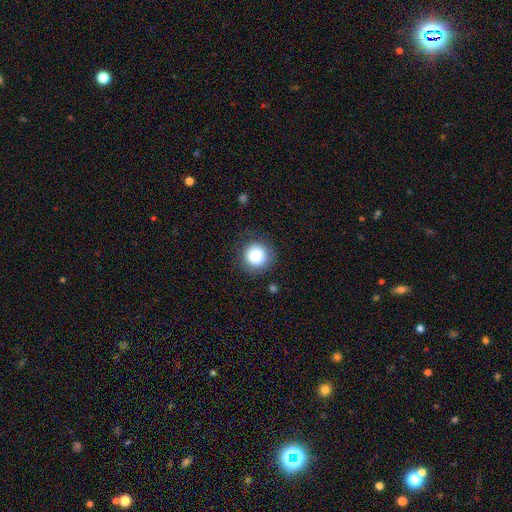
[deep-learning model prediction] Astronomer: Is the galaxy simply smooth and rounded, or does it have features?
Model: smooth — 84%.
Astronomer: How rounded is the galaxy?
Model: round — 95%.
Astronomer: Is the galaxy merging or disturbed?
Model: none — 86%.